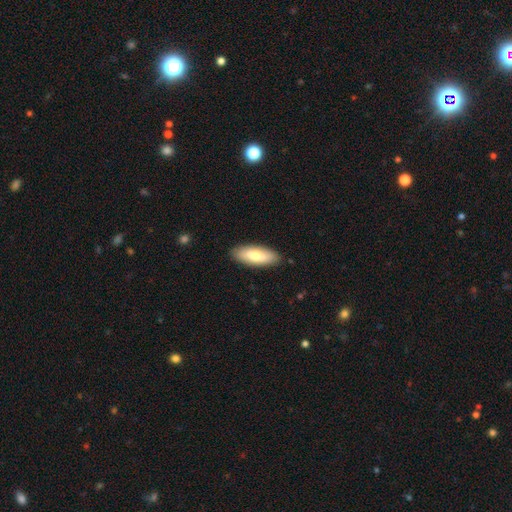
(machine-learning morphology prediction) Smooth or featured? Predicted: smooth (p=0.74). How rounded? Predicted: in between (p=0.72). Merging? Predicted: none (p=0.88).